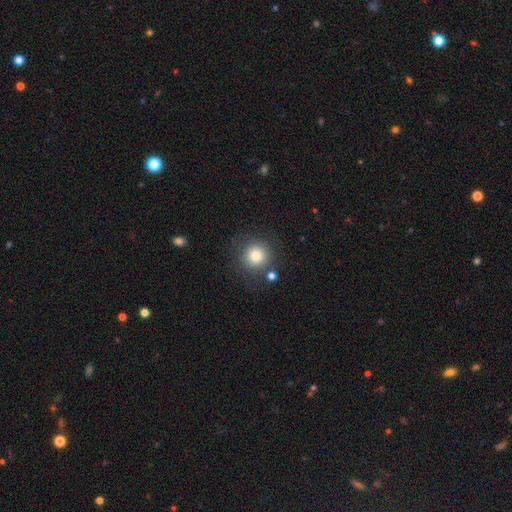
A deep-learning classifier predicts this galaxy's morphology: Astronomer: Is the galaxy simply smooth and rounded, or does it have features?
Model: smooth — 80%.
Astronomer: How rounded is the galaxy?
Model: round — 94%.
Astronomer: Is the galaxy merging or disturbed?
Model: none — 79%.